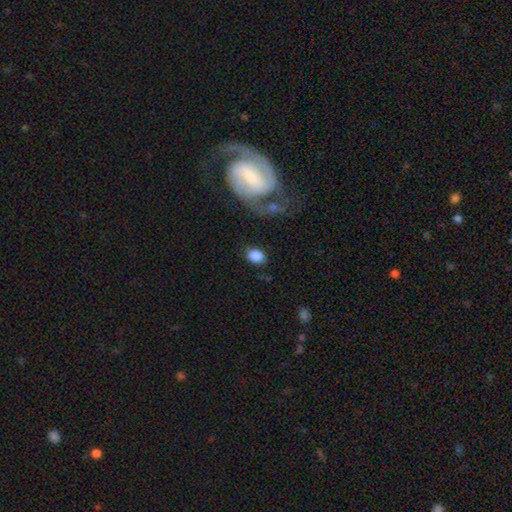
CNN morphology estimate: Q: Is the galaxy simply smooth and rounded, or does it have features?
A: smooth — 85%.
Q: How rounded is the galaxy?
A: in between — 71%.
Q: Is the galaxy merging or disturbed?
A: none — 74%.